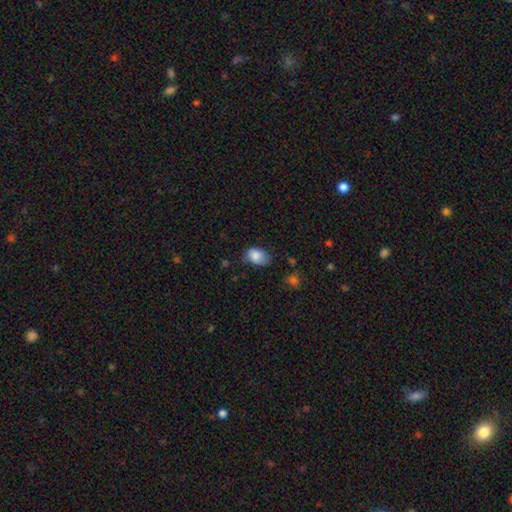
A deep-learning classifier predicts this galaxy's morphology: Smooth or featured: smooth — 86% (star or artifact — 8%)
How rounded: in between — 84% (round — 15%)
Merging: none — 61% (minor disturbance — 30%)